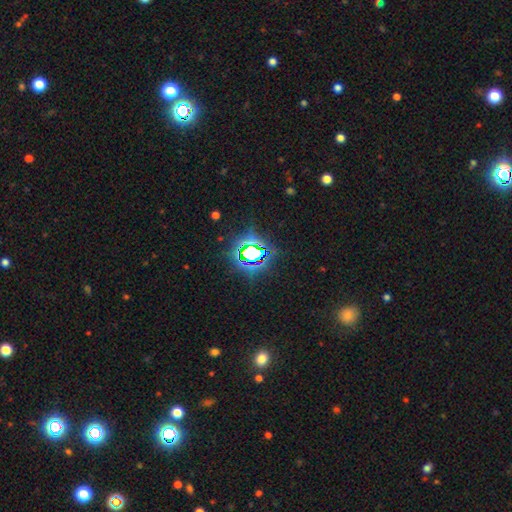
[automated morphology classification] The model was most divided on "smooth or featured": star or artifact: 75%, smooth: 15%, featured or disk: 10%.